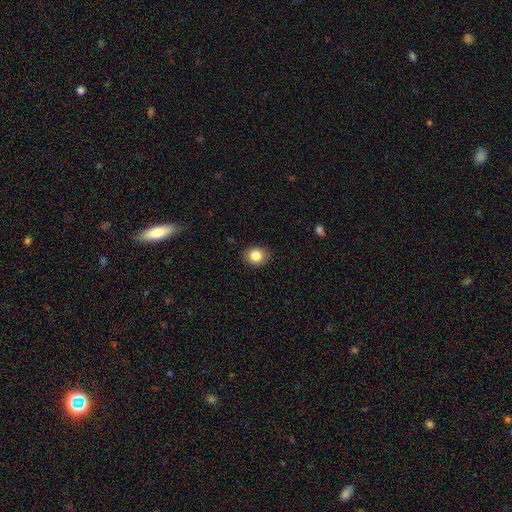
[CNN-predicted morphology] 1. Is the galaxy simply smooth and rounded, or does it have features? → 84% smooth, 10% star or artifact, 6% featured or disk.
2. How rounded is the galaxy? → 70% round, 29% in between, 1% cigar-shaped.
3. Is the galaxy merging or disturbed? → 89% none, 9% minor disturbance, 2% major disturbance, 1% merger.